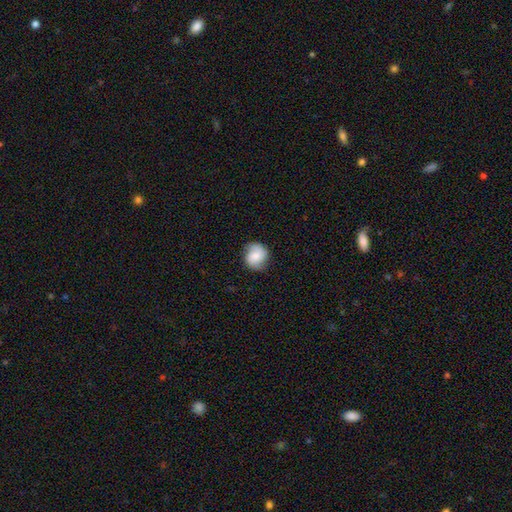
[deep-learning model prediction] Smooth or featured? Predicted: smooth (p=0.56). How rounded? Predicted: round (p=0.81). Merging? Predicted: none (p=0.78).